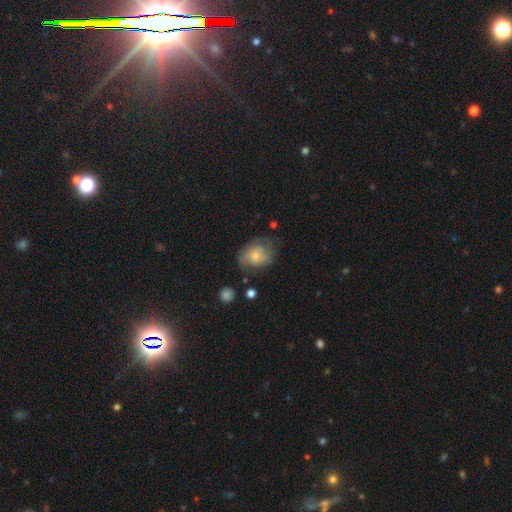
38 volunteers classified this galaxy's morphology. smooth_or_featured: smooth (p=0.47) [alt: featured or disk p=0.45]
how_rounded: in between (p=0.56) [alt: round p=0.44]
merging: none (p=0.43) [alt: minor disturbance p=0.34]